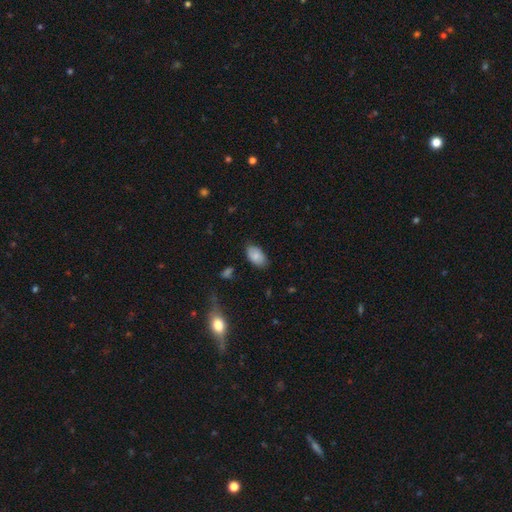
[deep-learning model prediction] Smooth or featured? smooth (83%)
How rounded? in between (94%)
Merging? none (78%)